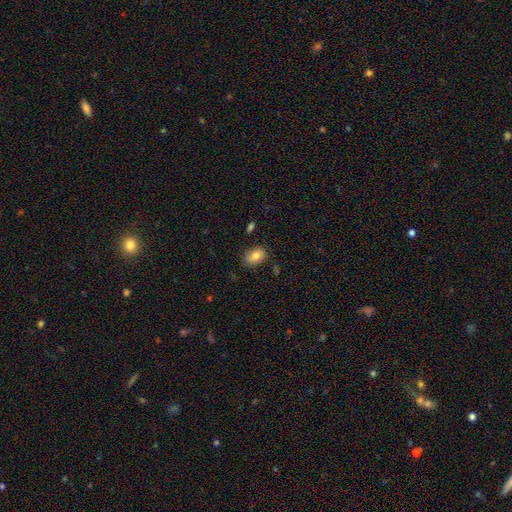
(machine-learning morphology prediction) smooth 81%, featured or disk 11%, star or artifact 8%. Down the decision tree: how rounded — in between (84%); merging — none (82%).